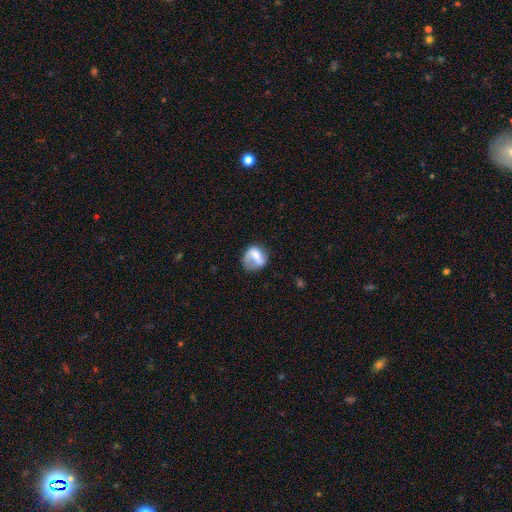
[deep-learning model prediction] Morphology: type=smooth (56%); roundness=round (60%); merging=none (44%).